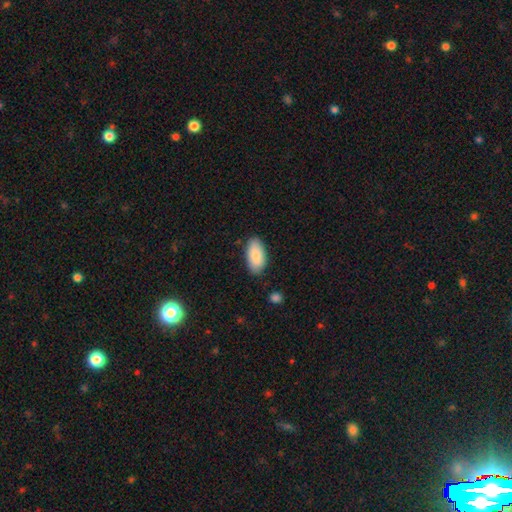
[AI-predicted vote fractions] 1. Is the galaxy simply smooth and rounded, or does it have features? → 86% smooth, 8% featured or disk, 6% star or artifact.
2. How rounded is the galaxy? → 94% in between, 4% cigar-shaped, 2% round.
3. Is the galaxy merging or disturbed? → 83% none, 13% minor disturbance, 3% major disturbance, 2% merger.